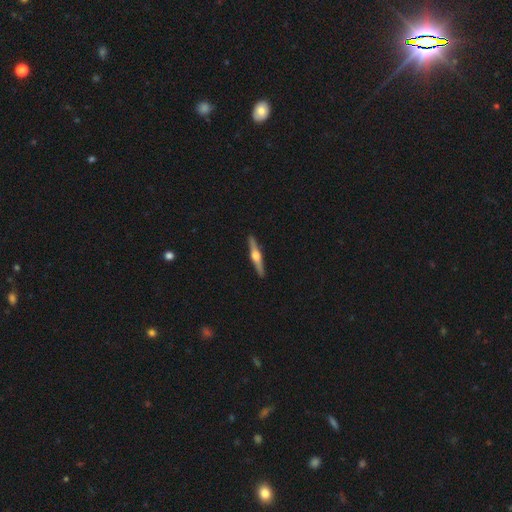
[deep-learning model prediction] Smooth or featured? featured or disk (77%)
Edge-on disk? yes (98%)
Edge-on bulge? rounded (95%)
Merging? none (92%)